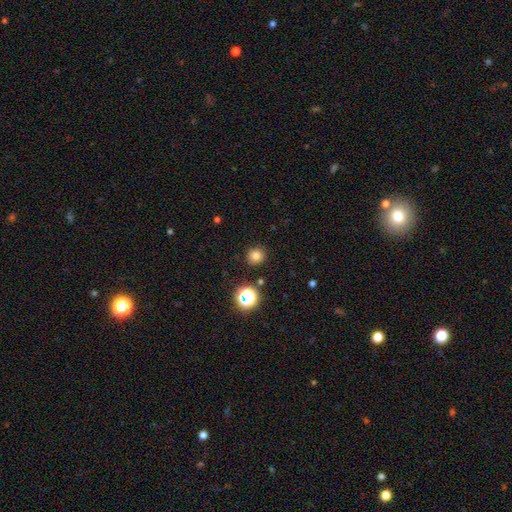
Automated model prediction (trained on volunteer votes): Smooth or featured?
  - smooth: 78% *
  - star or artifact: 17%
  - featured or disk: 5%
How rounded?
  - round: 93% *
  - in between: 6%
  - cigar-shaped: 1%
Merging?
  - none: 90% *
  - minor disturbance: 6%
  - major disturbance: 2%
  - merger: 2%